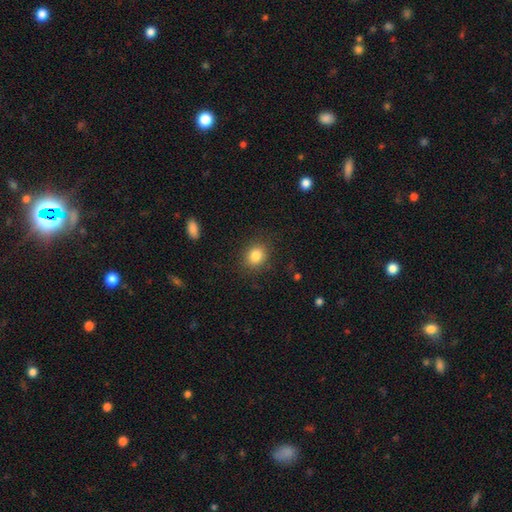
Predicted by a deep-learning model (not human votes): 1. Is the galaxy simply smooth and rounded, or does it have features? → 84% smooth, 10% star or artifact, 6% featured or disk.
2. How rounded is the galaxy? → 65% round, 34% in between, 1% cigar-shaped.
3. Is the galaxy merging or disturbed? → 85% none, 10% minor disturbance, 3% major disturbance, 1% merger.